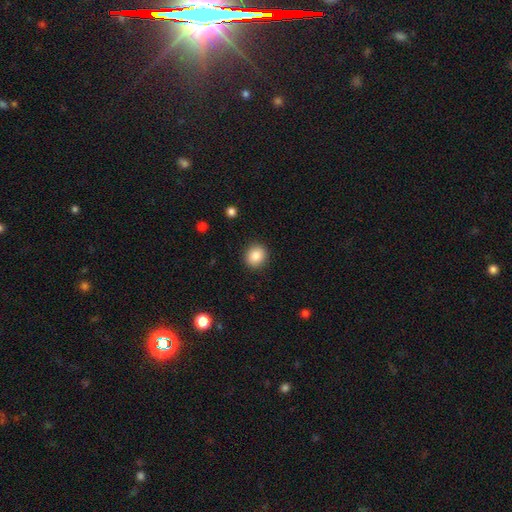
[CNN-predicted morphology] Smooth or featured? smooth (86%)
How rounded? round (81%)
Merging? none (91%)